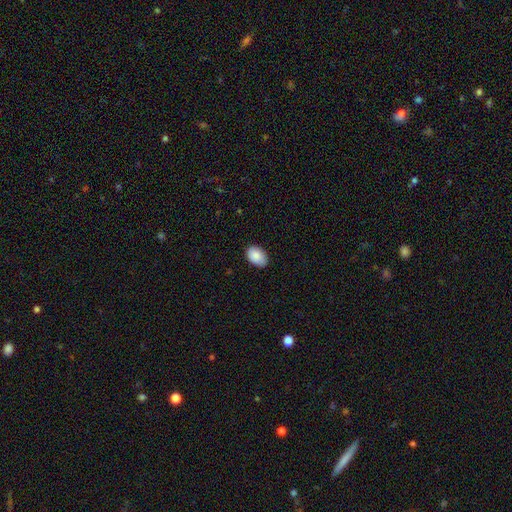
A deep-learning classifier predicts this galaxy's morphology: Smooth or featured? smooth (89%)
How rounded? in between (88%)
Merging? none (82%)